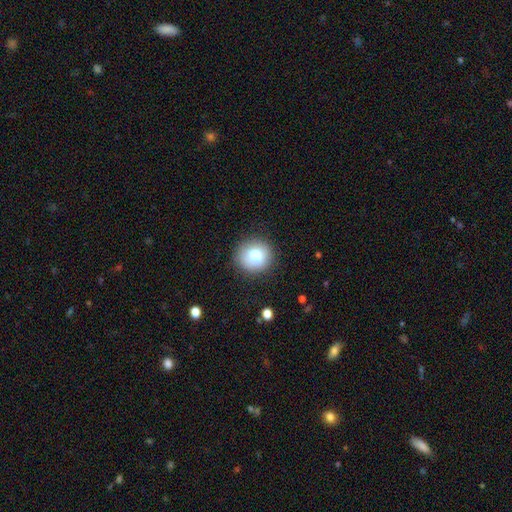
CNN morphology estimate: Overall: smooth (76%). How rounded: round (85%). Merging: none (87%).